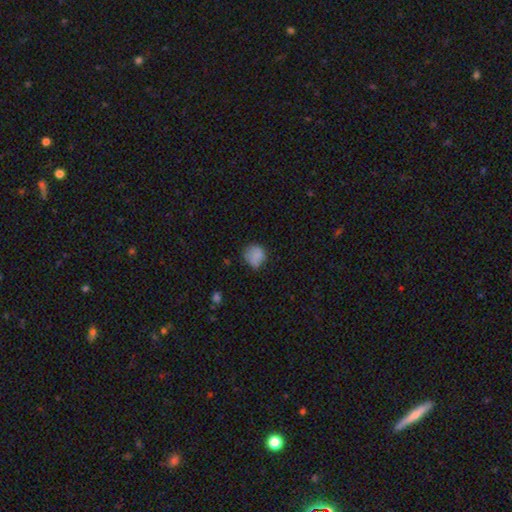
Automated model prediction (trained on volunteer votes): Morphology: type=smooth (80%); roundness=round (82%); merging=none (60%).